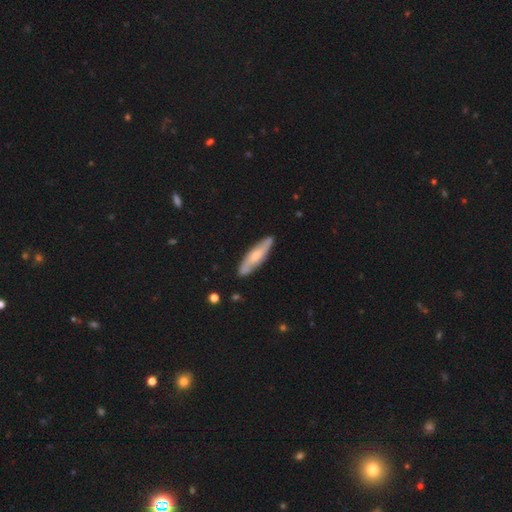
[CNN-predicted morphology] This is possibly a featured or disk galaxy (48%). Merging: clearly none (85%).